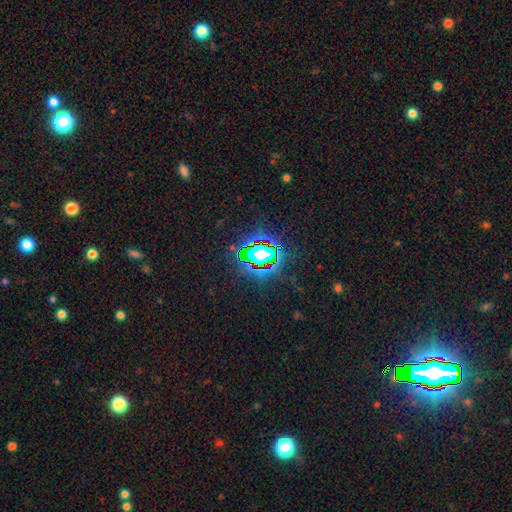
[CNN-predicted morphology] smooth_or_featured: star or artifact (p=0.80) [alt: smooth p=0.12]